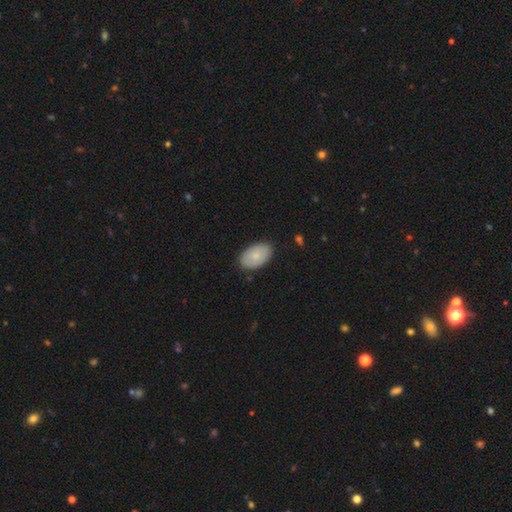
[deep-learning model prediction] Q: Smooth or featured?
A: smooth (77%); runner-up: featured or disk (17%)
Q: How rounded?
A: in between (92%); runner-up: round (7%)
Q: Merging?
A: none (84%); runner-up: minor disturbance (12%)